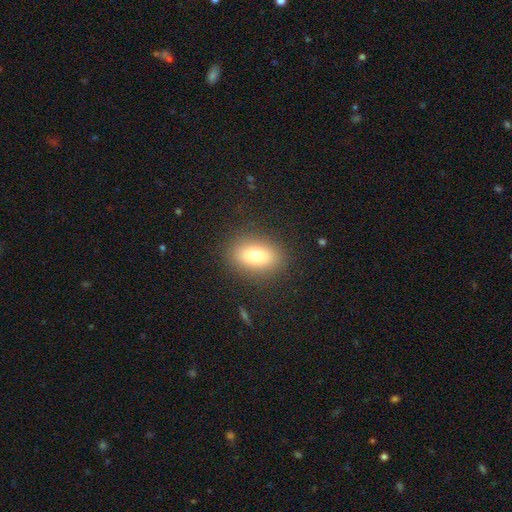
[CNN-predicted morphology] A smooth galaxy with no disk features (73%) that is in between round and cigar-shaped (81%). Merging: none (87%).